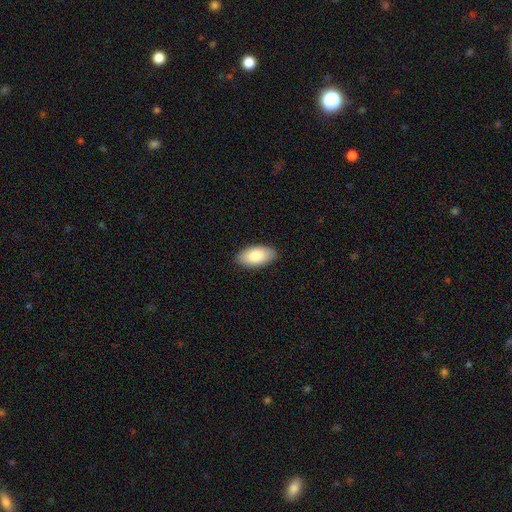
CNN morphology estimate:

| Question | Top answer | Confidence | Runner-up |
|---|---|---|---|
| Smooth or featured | smooth | 85% | featured or disk (9%) |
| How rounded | in between | 95% | cigar-shaped (2%) |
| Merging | none | 88% | minor disturbance (9%) |